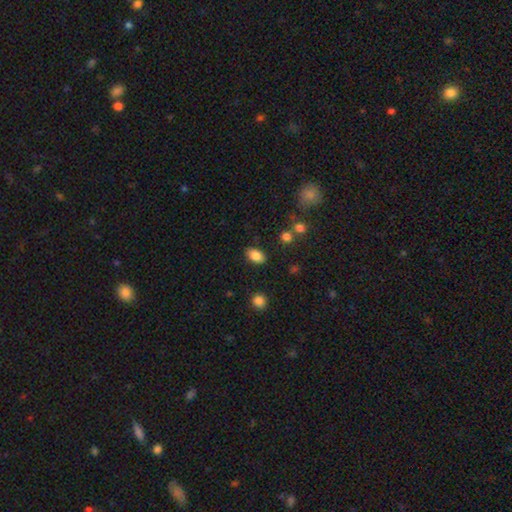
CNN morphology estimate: smooth_or_featured: smooth (p=0.86) [alt: star or artifact p=0.08]
how_rounded: in between (p=0.90) [alt: round p=0.08]
merging: none (p=0.86) [alt: minor disturbance p=0.10]